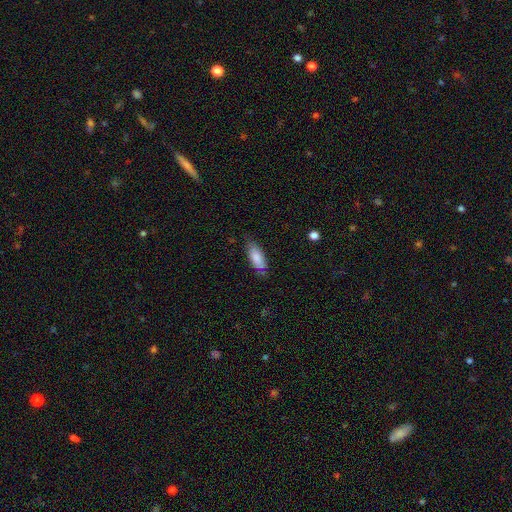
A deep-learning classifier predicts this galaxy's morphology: Smooth or featured: smooth — 81% (featured or disk — 12%)
How rounded: in between — 75% (cigar-shaped — 23%)
Merging: none — 69% (minor disturbance — 24%)